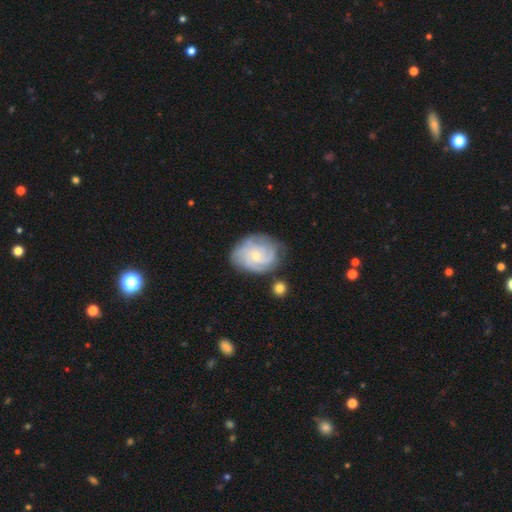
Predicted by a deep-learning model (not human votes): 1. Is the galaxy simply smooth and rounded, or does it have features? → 77% featured or disk, 17% smooth, 6% star or artifact.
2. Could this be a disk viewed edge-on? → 97% no, 3% yes.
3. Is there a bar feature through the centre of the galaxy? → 74% no, 23% weak, 3% strong.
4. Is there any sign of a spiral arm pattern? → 93% yes, 7% no.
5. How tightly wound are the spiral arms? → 60% tight, 31% medium, 9% loose.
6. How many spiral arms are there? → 30% can't tell, 26% 3, 21% 4, 12% 2, 6% more than 4, 5% 1.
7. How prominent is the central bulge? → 66% small, 30% moderate, 1% none, 1% large, 1% dominant.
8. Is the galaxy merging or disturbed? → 71% none, 19% minor disturbance, 7% major disturbance, 4% merger.